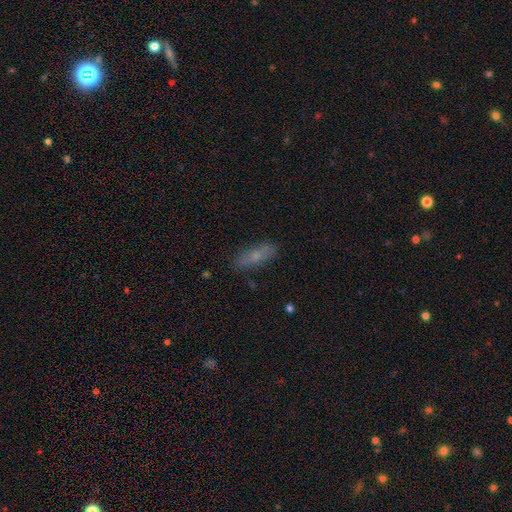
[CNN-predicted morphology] Q: Smooth or featured?
A: smooth (67%); runner-up: featured or disk (23%)
Q: How rounded?
A: in between (52%); runner-up: cigar-shaped (45%)
Q: Merging?
A: none (81%); runner-up: minor disturbance (14%)